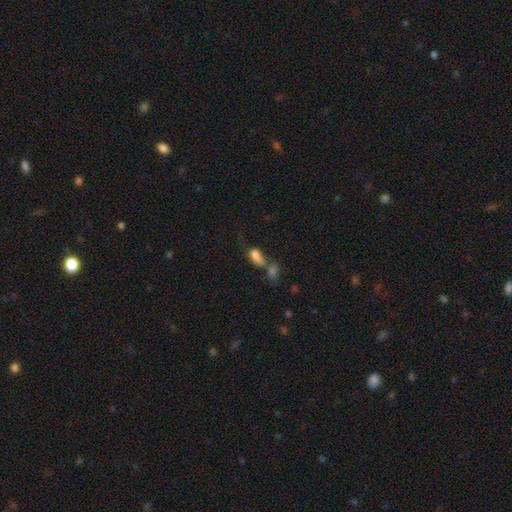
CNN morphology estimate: This is likely a smooth galaxy (79%). How rounded: clearly in between (88%). Merging: possibly merger (51%).